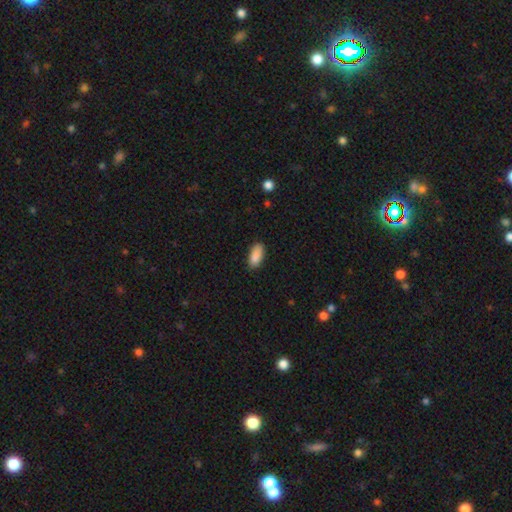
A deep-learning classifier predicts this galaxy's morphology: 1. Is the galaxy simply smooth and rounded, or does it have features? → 89% smooth, 7% star or artifact, 4% featured or disk.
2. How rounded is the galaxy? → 89% in between, 8% cigar-shaped, 2% round.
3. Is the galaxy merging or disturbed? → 83% none, 14% minor disturbance, 2% major disturbance, 1% merger.